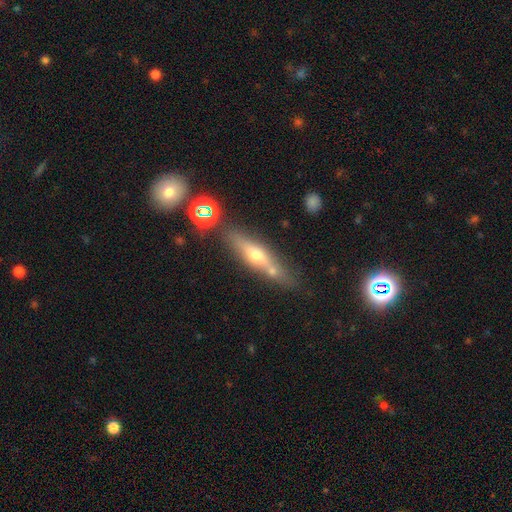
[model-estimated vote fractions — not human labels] This is possibly a featured or disk galaxy (53%). It is clearly viewed edge-on (84%). Merging: likely none (68%).